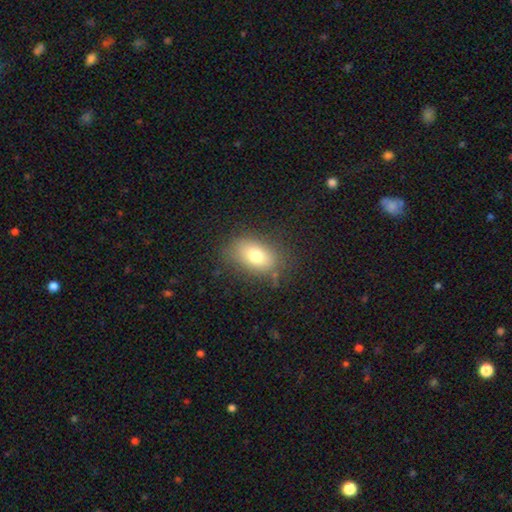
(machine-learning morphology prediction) This appears to be a smooth galaxy with no disk features (75%) that is in between round and cigar-shaped (84%). Merging: none (77%).